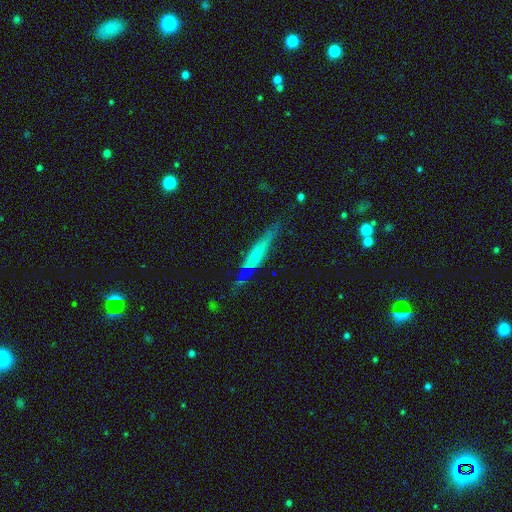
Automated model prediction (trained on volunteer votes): The model was most divided on "smooth or featured": featured or disk: 49%, smooth: 44%, star or artifact: 7%. More confident: merging — none (68%).